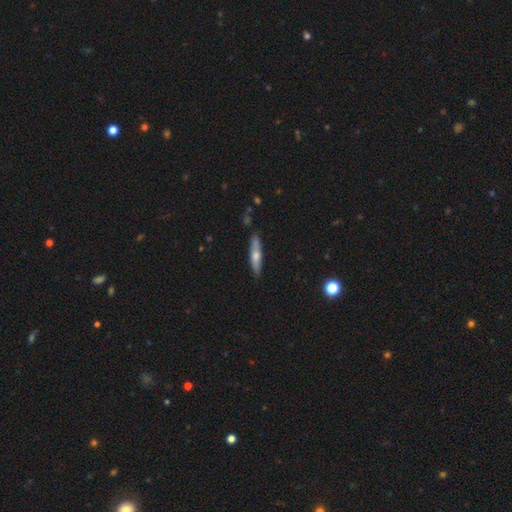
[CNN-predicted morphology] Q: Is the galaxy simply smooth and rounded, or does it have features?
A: smooth — 48%.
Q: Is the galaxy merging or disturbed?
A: none — 86%.